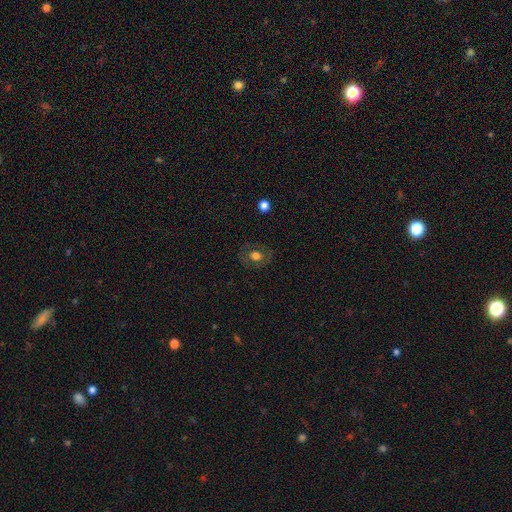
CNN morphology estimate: The model was most divided on "how rounded": round: 57%, in between: 42%, cigar-shaped: 1%. More confident: merging — none (80%); smooth or featured — smooth (59%).